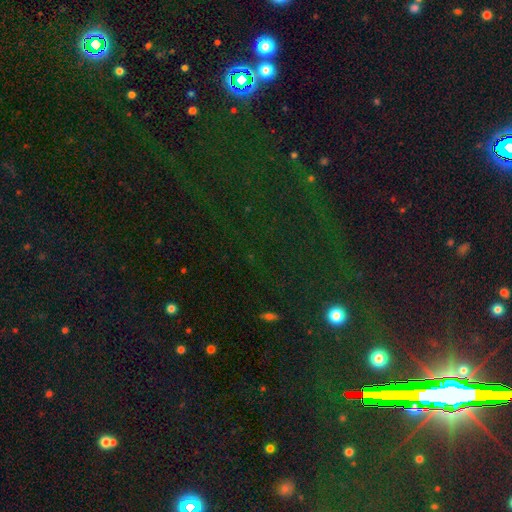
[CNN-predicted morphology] Q: Smooth or featured?
A: star or artifact (75%); runner-up: smooth (16%)